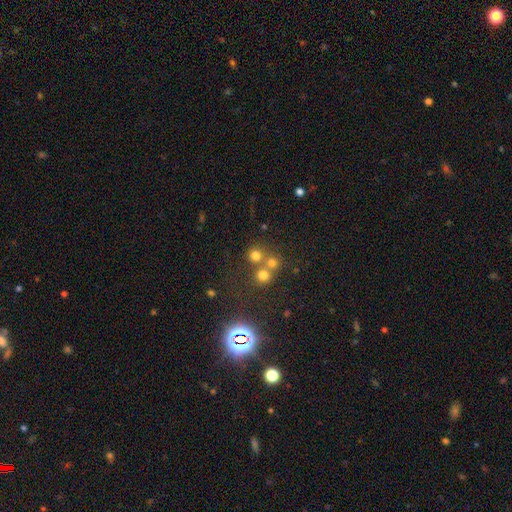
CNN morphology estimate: smooth-or-featured: smooth: 69% | star or artifact: 21% | featured or disk: 10%
  how-rounded: round: 89% | in between: 10% | cigar-shaped: 1%
  merging: none: 59% | merger: 32% | minor disturbance: 6% | major disturbance: 3%